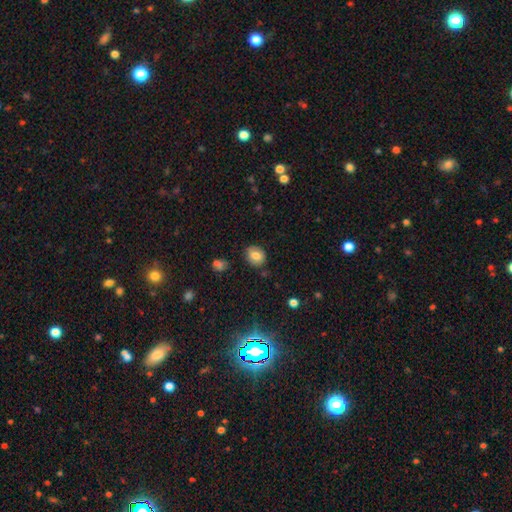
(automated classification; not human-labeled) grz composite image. It shows a smooth galaxy with no disk features (77%) that is round (56%). Merging: none (80%).